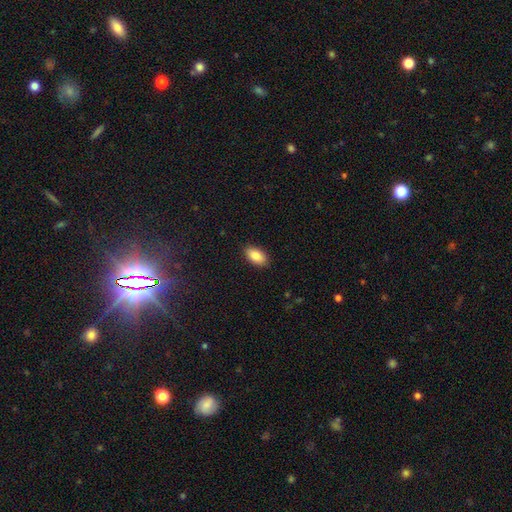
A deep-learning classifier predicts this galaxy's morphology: Smooth or featured?
  - smooth: 87% *
  - star or artifact: 7%
  - featured or disk: 6%
How rounded?
  - in between: 93% *
  - round: 4%
  - cigar-shaped: 2%
Merging?
  - none: 89% *
  - minor disturbance: 8%
  - major disturbance: 2%
  - merger: 1%